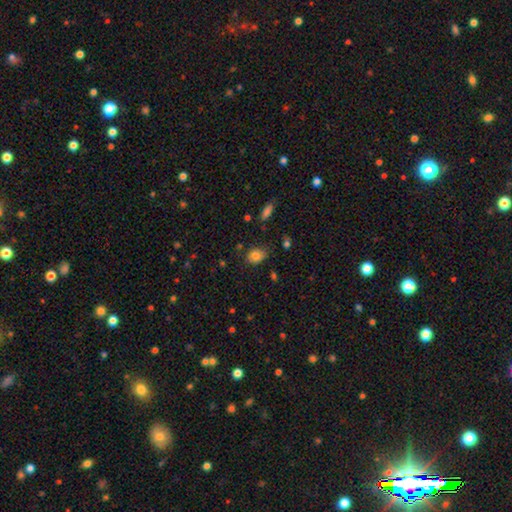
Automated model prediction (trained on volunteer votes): Morphology: type=smooth (80%); roundness=in between (63%); merging=none (72%).